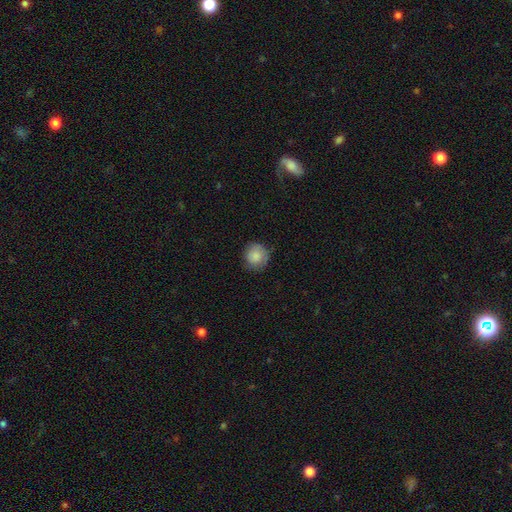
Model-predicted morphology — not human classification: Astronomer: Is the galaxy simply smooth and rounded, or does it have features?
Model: smooth — 82%.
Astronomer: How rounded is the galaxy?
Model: round — 89%.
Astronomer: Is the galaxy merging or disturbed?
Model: none — 77%.